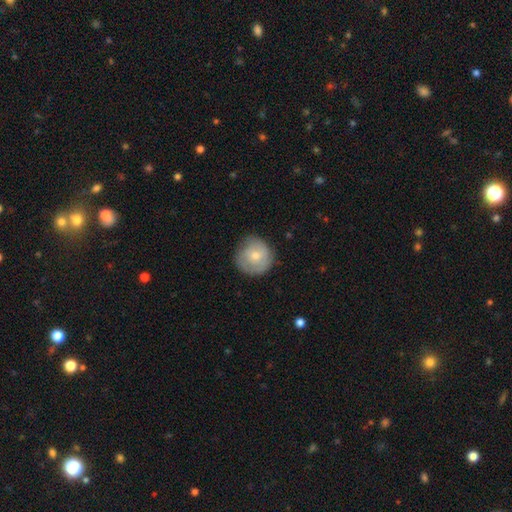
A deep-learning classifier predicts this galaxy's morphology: A smooth galaxy with no disk features (68%) that is round (92%). Merging: none (76%).